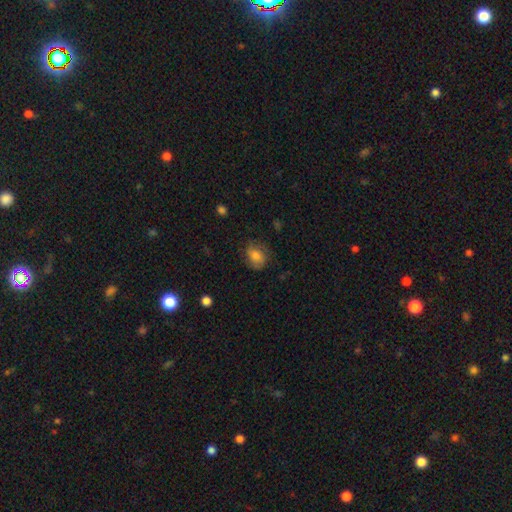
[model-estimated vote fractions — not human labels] Morphology: type=smooth (70%); roundness=round (53%); merging=none (68%).